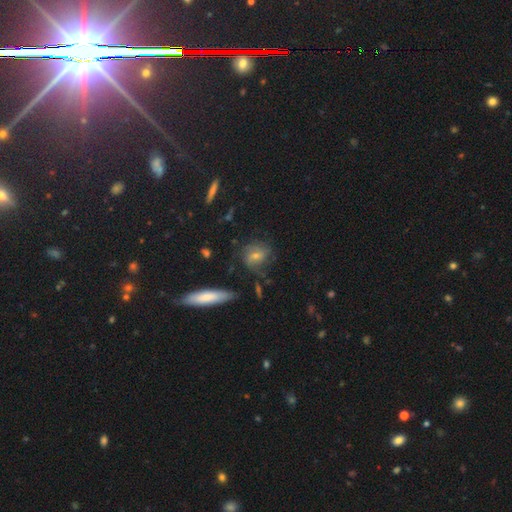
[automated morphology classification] smooth-or-featured: featured or disk: 60% | smooth: 30% | star or artifact: 9%
  disk-edge-on: no: 94% | yes: 6%
    bar: no: 49% | weak: 41% | strong: 10%
    has-spiral-arms: yes: 87% | no: 13%
    bulge-size: small: 50% | moderate: 42% | none: 4% | large: 3% | dominant: 1%
  merging: none: 66% | minor disturbance: 20% | major disturbance: 11% | merger: 4%